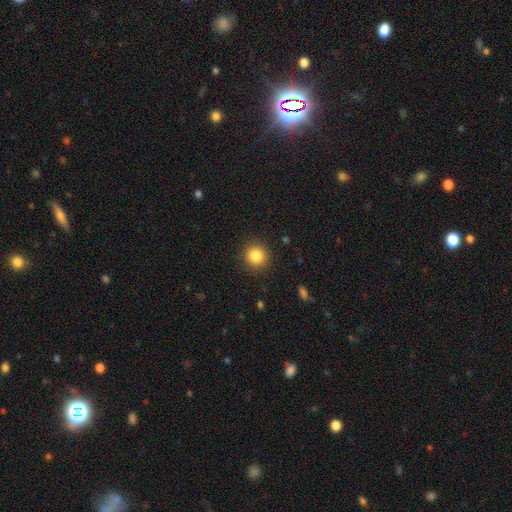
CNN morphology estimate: Overall: smooth (84%). How rounded: round (93%). Merging: none (90%).